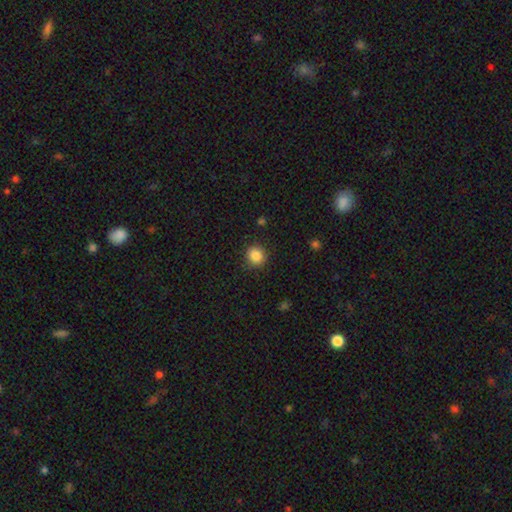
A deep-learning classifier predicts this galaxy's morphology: smooth 86%, star or artifact 10%, featured or disk 4%. Down the decision tree: how rounded — round (89%); merging — none (88%).